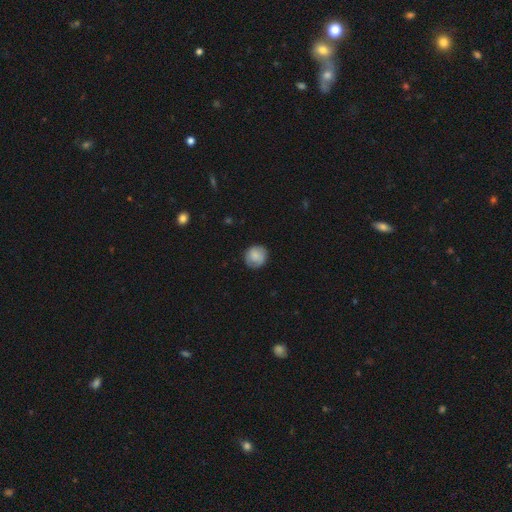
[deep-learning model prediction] This appears to be a smooth galaxy with no disk features (78%) that is round (89%). Merging: none (81%).